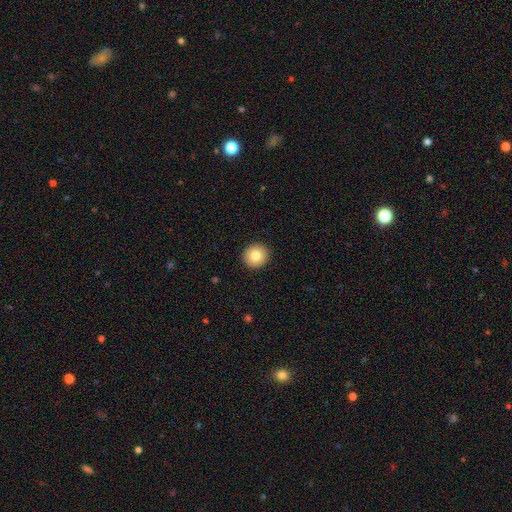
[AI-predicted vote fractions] A smooth galaxy with no disk features (80%) that is round (93%). Merging: none (93%).